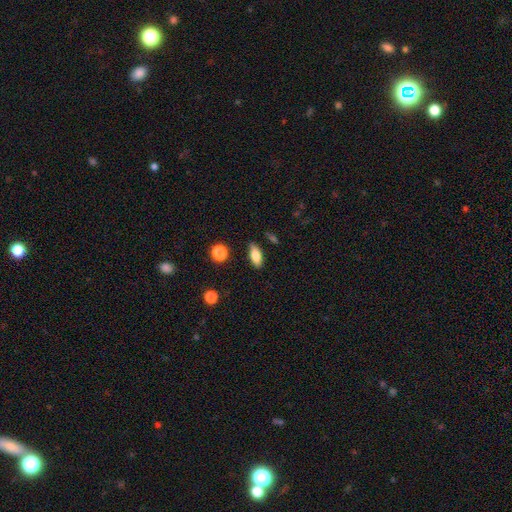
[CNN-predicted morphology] Smooth or featured? Predicted: smooth (p=0.79). How rounded? Predicted: in between (p=0.80). Merging? Predicted: none (p=0.85).